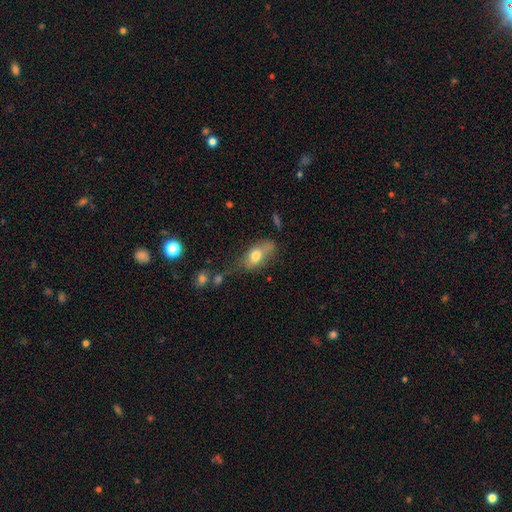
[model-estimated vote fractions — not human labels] A smooth galaxy with no disk features (71%) that is in between round and cigar-shaped (85%).

Vote fractions:
- Smooth or featured? smooth: 71% / featured or disk: 21% / star or artifact: 8%
- How rounded? in between: 85% / round: 8% / cigar-shaped: 6%
- Merging? none: 46% / minor disturbance: 30% / major disturbance: 16% / merger: 9%